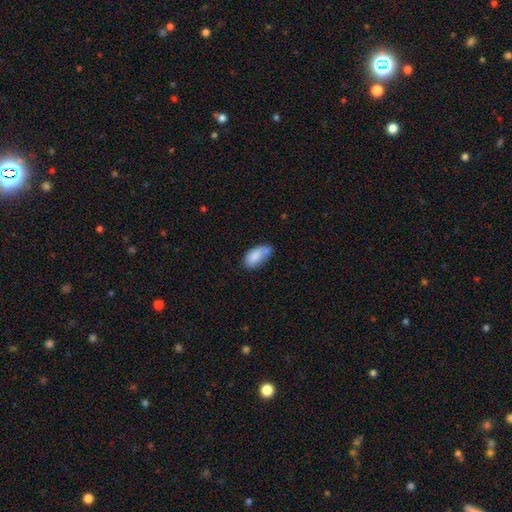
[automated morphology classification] This is clearly a smooth galaxy (83%). How rounded: clearly in between (94%). Merging: possibly none (50%).